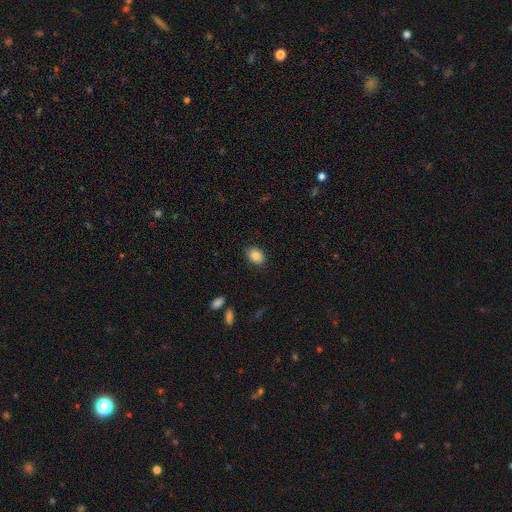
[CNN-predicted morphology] This appears to be a smooth galaxy with no disk features (86%) that is in between round and cigar-shaped (71%). Merging: none (85%).